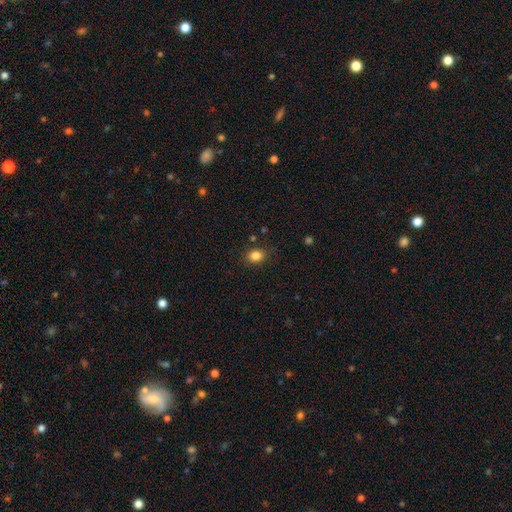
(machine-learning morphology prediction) smooth_or_featured: smooth (p=0.84) [alt: star or artifact p=0.11]
how_rounded: in between (p=0.53) [alt: round p=0.46]
merging: none (p=0.83) [alt: minor disturbance p=0.12]